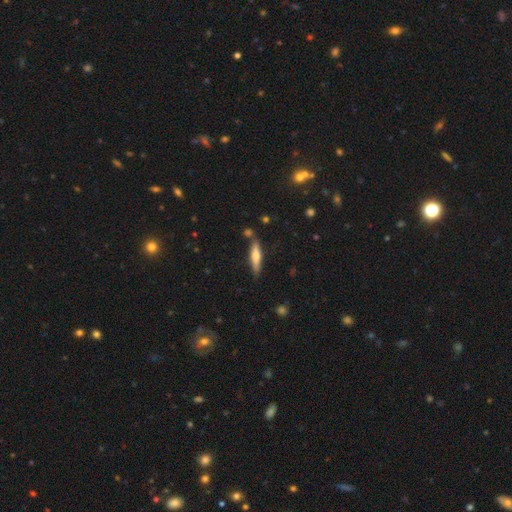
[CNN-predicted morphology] A smooth galaxy with no disk features (52%) that is cigar-shaped (82%). Merging: none (81%).